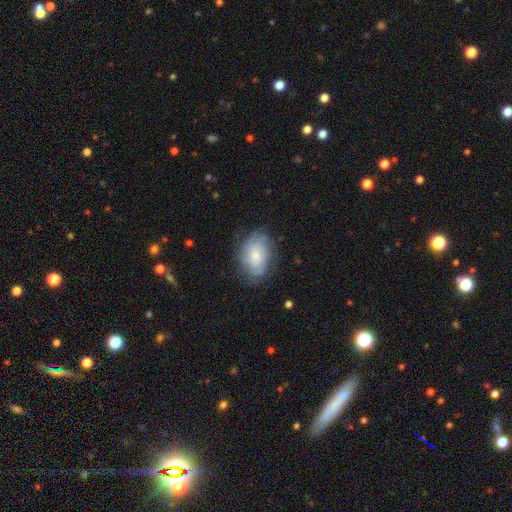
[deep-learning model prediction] This appears to be a smooth galaxy with no disk features (54%) that is in between round and cigar-shaped (83%). Merging: none (66%).